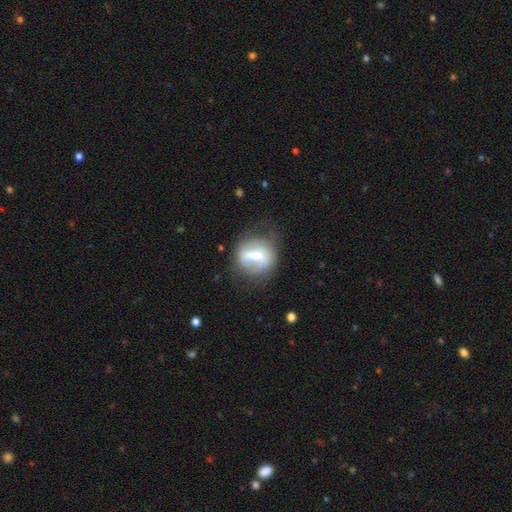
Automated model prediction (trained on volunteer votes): smooth-or-featured: smooth: 48% | featured or disk: 43% | star or artifact: 9%
  merging: none: 51% | minor disturbance: 25% | major disturbance: 19% | merger: 5%